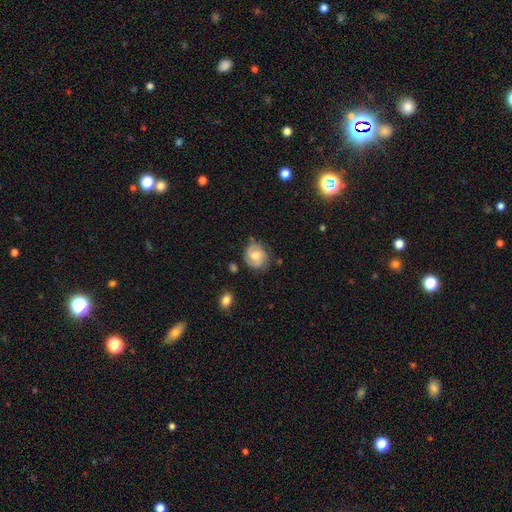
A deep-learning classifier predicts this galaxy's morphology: Smooth or featured?
  - featured or disk: 59% *
  - smooth: 33%
  - star or artifact: 8%
Edge-on disk?
  - no: 97% *
  - yes: 3%
Bar?
  - no: 57% *
  - weak: 37%
  - strong: 6%
Spiral arms?
  - yes: 89% *
  - no: 11%
Spiral winding?
  - tight: 47% *
  - medium: 39%
  - loose: 14%
Spiral arm count?
  - 2: 63% *
  - can't tell: 17%
  - 3: 11%
  - 1: 5%
  - 4: 2%
  - more than 4: 2%
Bulge size?
  - moderate: 56% *
  - small: 21%
  - large: 15%
  - none: 6%
  - dominant: 2%
Merging?
  - none: 70% *
  - minor disturbance: 21%
  - major disturbance: 6%
  - merger: 3%